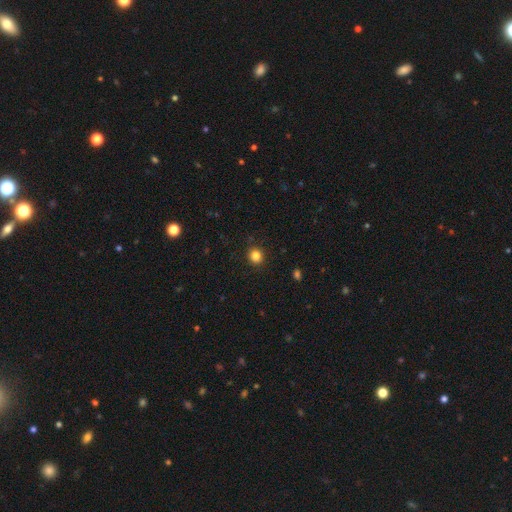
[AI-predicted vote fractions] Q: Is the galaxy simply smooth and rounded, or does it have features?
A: smooth — 84%.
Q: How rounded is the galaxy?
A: round — 86%.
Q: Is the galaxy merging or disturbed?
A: none — 91%.